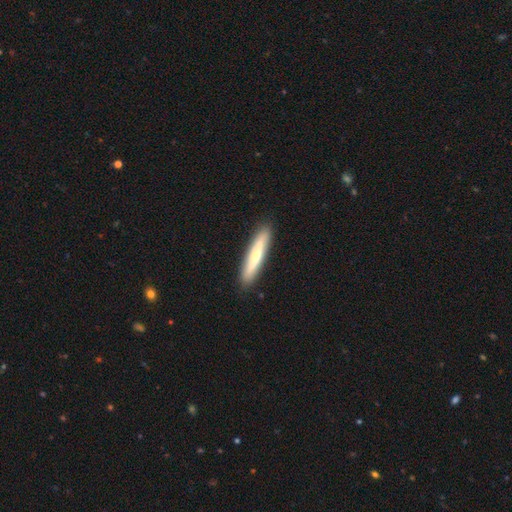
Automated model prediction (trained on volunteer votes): Smooth or featured? Predicted: smooth (p=0.57). How rounded? Predicted: cigar-shaped (p=0.89). Merging? Predicted: none (p=0.91).